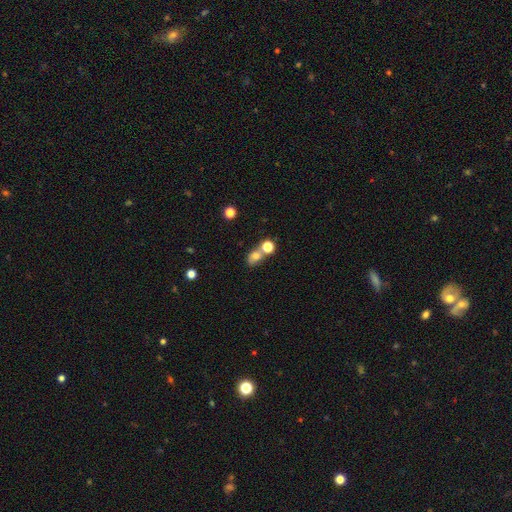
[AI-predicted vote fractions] smooth_or_featured: smooth (p=0.71) [alt: star or artifact p=0.16]
how_rounded: in between (p=0.56) [alt: round p=0.41]
merging: none (p=0.41) [alt: merger p=0.39]